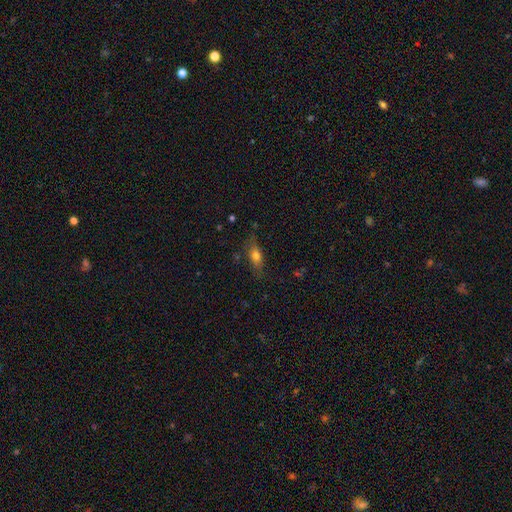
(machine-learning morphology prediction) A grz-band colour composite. It shows a smooth galaxy with no disk features (66%) that is in between round and cigar-shaped (66%). Merging: none (74%).